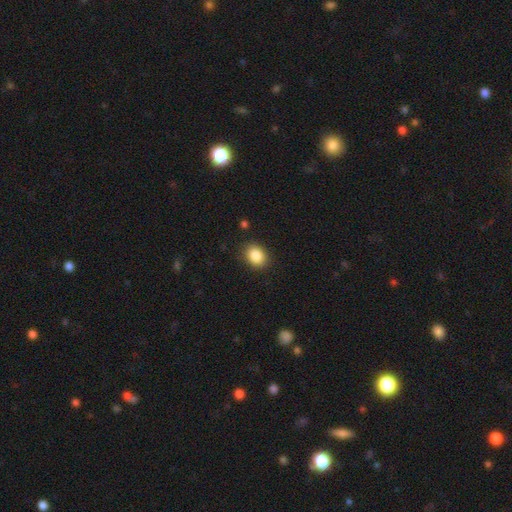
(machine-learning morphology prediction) smooth-or-featured: smooth: 86% | star or artifact: 9% | featured or disk: 5%
  how-rounded: in between: 55% | round: 44% | cigar-shaped: 1%
  merging: none: 87% | minor disturbance: 9% | major disturbance: 3% | merger: 1%